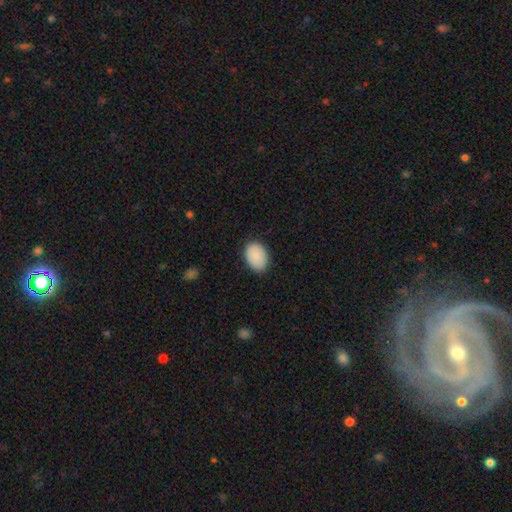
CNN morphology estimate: The model was most divided on "how rounded": in between: 81%, round: 18%, cigar-shaped: 1%. More confident: smooth or featured — smooth (89%); merging — none (87%).